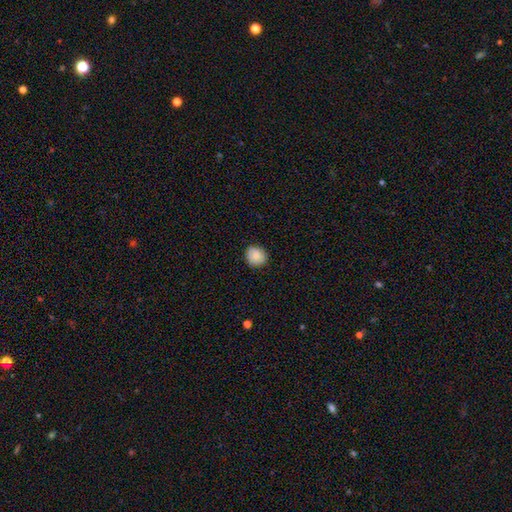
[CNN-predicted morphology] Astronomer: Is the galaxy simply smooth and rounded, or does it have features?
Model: smooth — 82%.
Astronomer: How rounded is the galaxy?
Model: round — 81%.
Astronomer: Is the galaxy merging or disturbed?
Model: none — 84%.